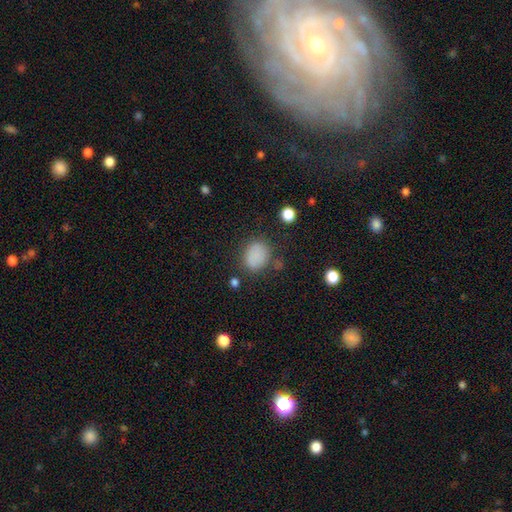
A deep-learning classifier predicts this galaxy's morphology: This appears to be a smooth galaxy with no disk features (82%) that is in between round and cigar-shaped (51%). Merging: none (71%).